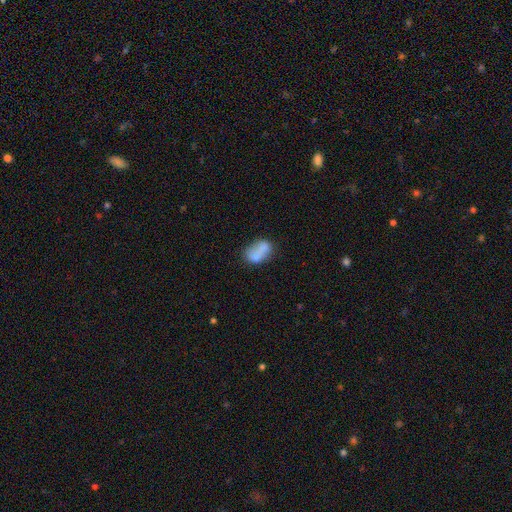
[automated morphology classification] This is likely a smooth galaxy (68%). How rounded: clearly in between (85%). Merging: marginally none (42%).